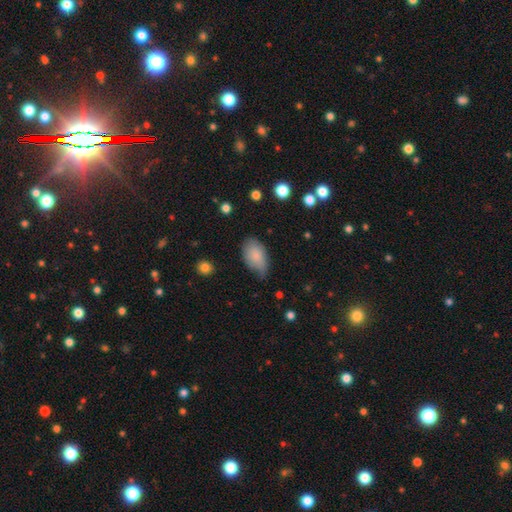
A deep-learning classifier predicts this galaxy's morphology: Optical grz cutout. It shows a smooth galaxy with no disk features (83%) that is in between round and cigar-shaped (92%). Merging: none (52%).